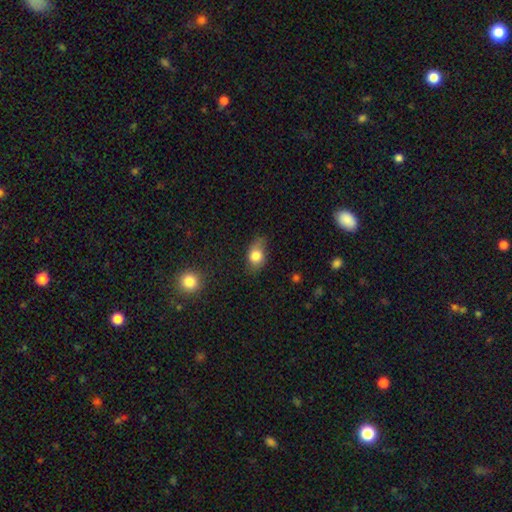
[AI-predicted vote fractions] smooth-or-featured: smooth: 78% | featured or disk: 13% | star or artifact: 9%
  how-rounded: in between: 74% | round: 24% | cigar-shaped: 2%
  merging: none: 60% | minor disturbance: 29% | major disturbance: 9% | merger: 2%